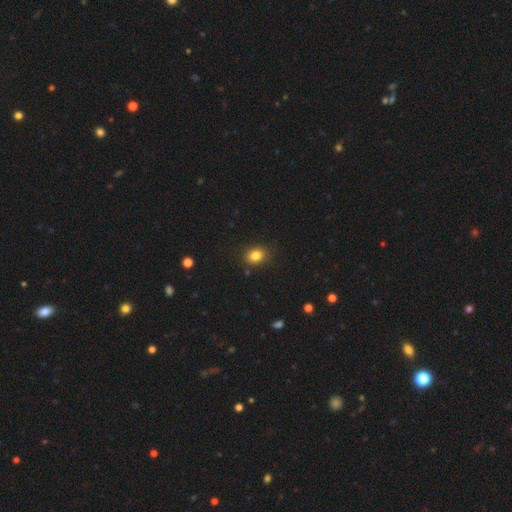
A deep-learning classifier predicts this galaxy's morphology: Smooth or featured: smooth — 83% (star or artifact — 11%)
How rounded: in between — 51% (round — 48%)
Merging: none — 85% (minor disturbance — 10%)